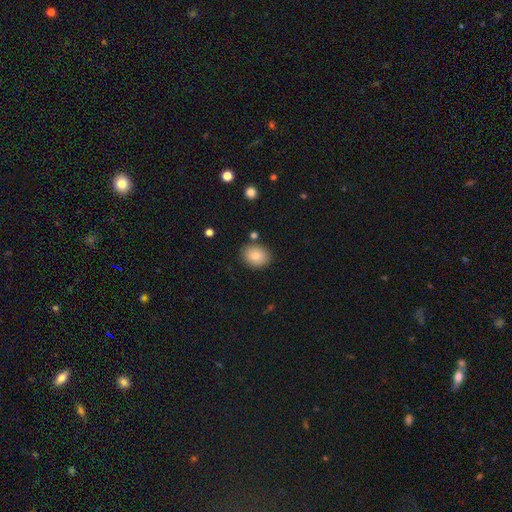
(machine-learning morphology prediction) This is clearly a smooth galaxy (81%). How rounded: possibly in between (52%). Merging: clearly none (84%).